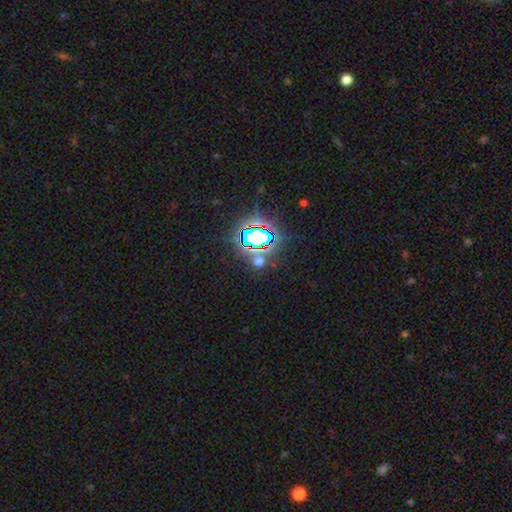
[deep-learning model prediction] Smooth or featured? Predicted: star or artifact (p=0.82).